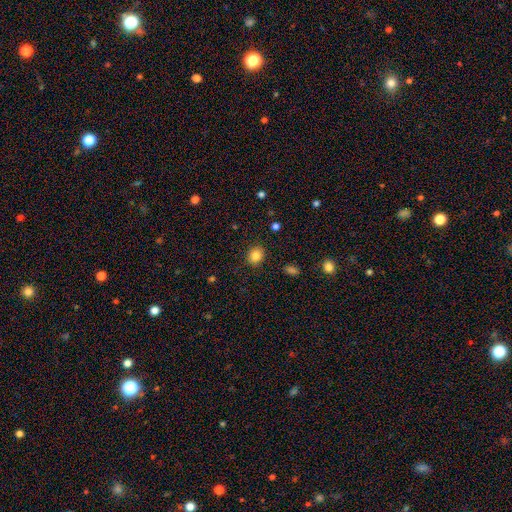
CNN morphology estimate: smooth_or_featured: smooth (p=0.84) [alt: star or artifact p=0.10]
how_rounded: round (p=0.70) [alt: in between p=0.29]
merging: none (p=0.88) [alt: minor disturbance p=0.08]